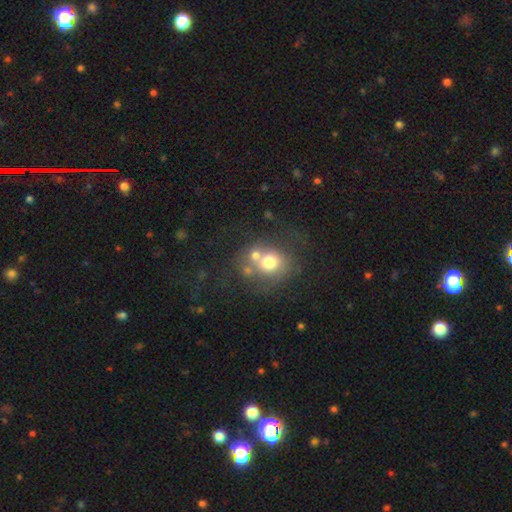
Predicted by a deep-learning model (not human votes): Smooth or featured? Predicted: smooth (p=0.64). How rounded? Predicted: round (p=0.75). Merging? Predicted: merger (p=0.41).